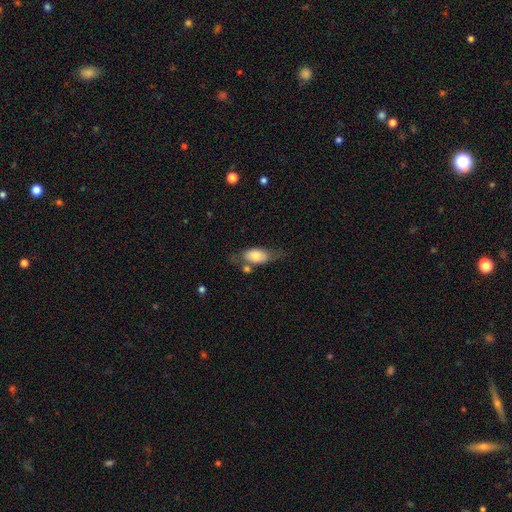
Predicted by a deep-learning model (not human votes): This appears to be a smooth galaxy with no disk features (64%) that is in between round and cigar-shaped (84%). Merging: none (50%).